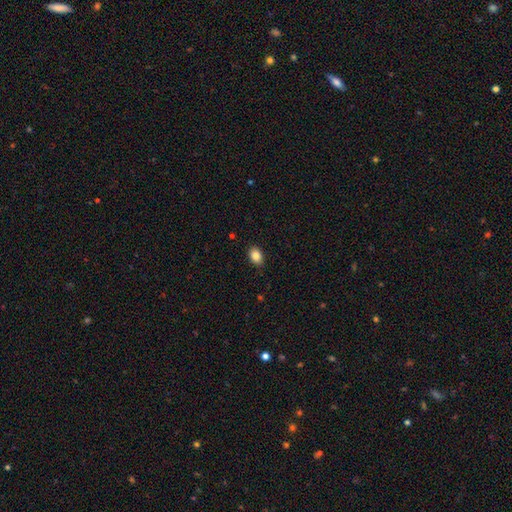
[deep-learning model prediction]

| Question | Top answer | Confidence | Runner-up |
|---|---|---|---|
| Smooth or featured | smooth | 86% | star or artifact (9%) |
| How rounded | in between | 81% | round (18%) |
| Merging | none | 88% | minor disturbance (9%) |